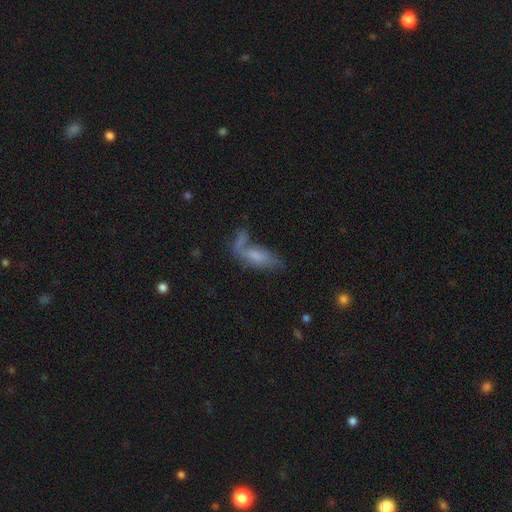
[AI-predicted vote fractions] This is likely a smooth galaxy (62%). How rounded: likely in between (67%). Merging: marginally none (36%).